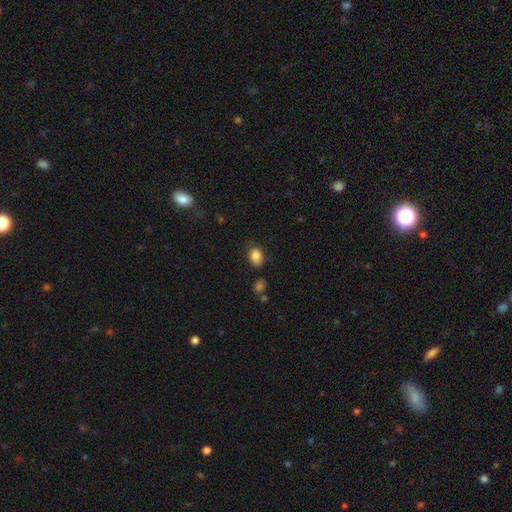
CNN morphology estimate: Overall: smooth (85%). How rounded: in between (72%). Merging: none (75%).